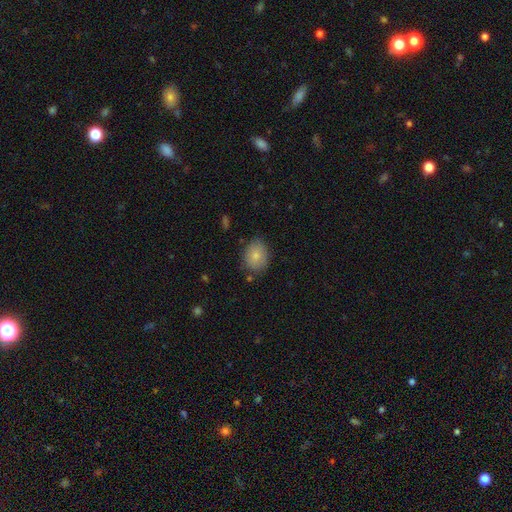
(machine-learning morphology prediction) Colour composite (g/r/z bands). It shows a smooth galaxy with no disk features (82%) that is in between round and cigar-shaped (58%). Merging: none (76%).